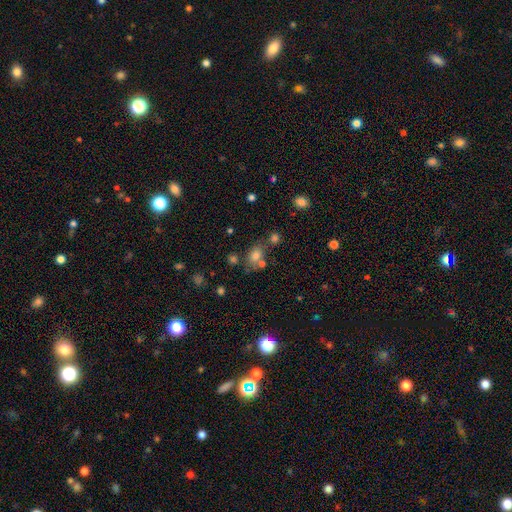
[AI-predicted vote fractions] smooth_or_featured: smooth (p=0.74) [alt: star or artifact p=0.15]
how_rounded: in between (p=0.66) [alt: round p=0.32]
merging: none (p=0.60) [alt: merger p=0.20]